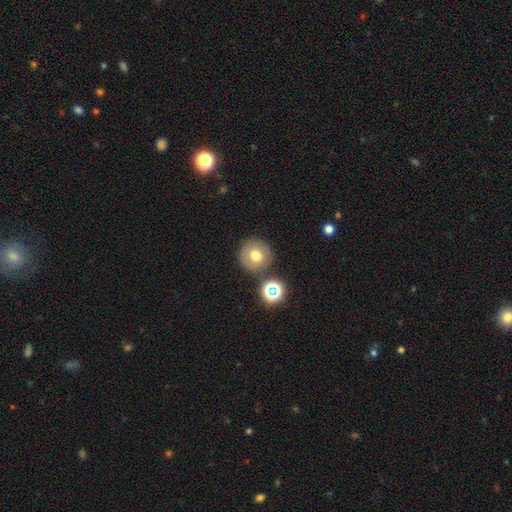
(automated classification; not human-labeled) Smooth or featured?
  - smooth: 71% *
  - featured or disk: 16%
  - star or artifact: 13%
How rounded?
  - round: 93% *
  - in between: 6%
  - cigar-shaped: 1%
Merging?
  - none: 80% *
  - minor disturbance: 8%
  - merger: 8%
  - major disturbance: 3%